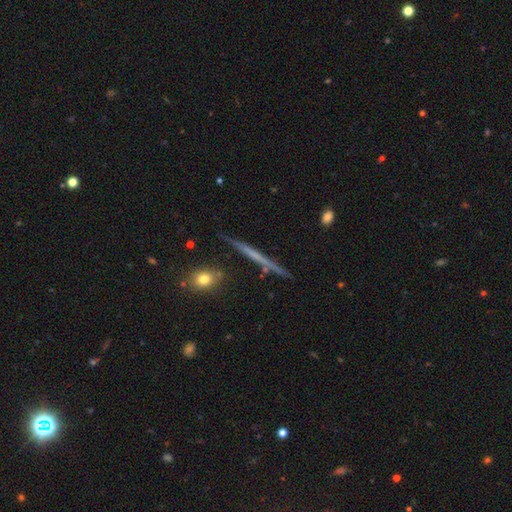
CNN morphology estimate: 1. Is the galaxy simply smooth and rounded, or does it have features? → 59% featured or disk, 34% smooth, 7% star or artifact.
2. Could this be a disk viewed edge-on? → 96% yes, 4% no.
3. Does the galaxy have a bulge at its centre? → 87% none, 8% rounded, 4% boxy.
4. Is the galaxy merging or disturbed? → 87% none, 9% minor disturbance, 2% major disturbance, 2% merger.